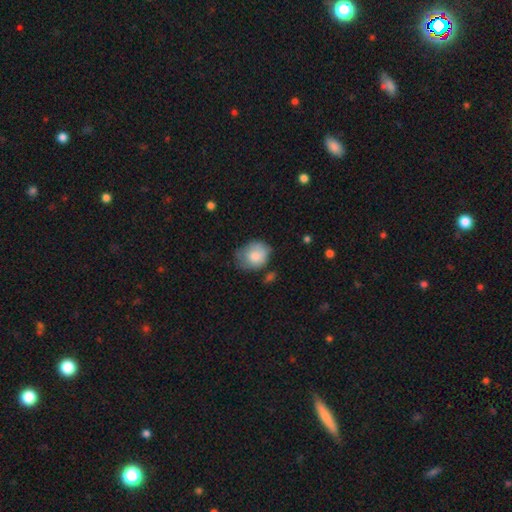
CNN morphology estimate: The model was most divided on "how rounded": round: 55%, in between: 44%, cigar-shaped: 1%. More confident: smooth or featured — smooth (80%); merging — none (50%).